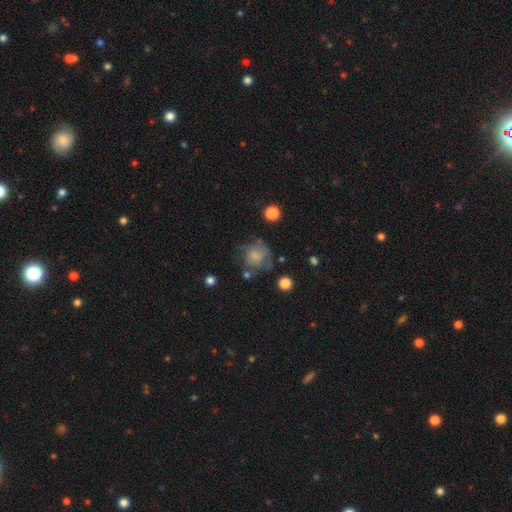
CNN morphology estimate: smooth 58%, featured or disk 31%, star or artifact 11%. Down the decision tree: how rounded — round (79%); merging — none (48%).